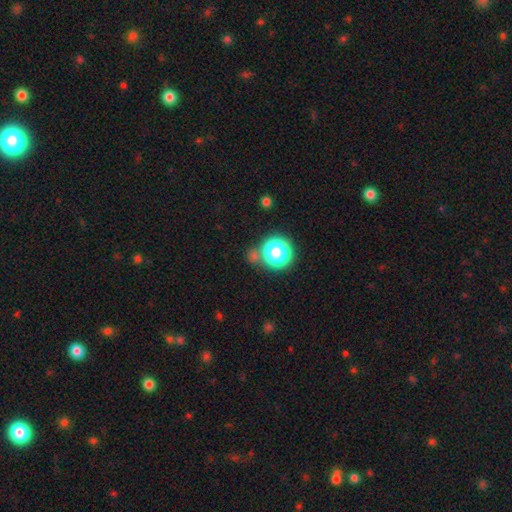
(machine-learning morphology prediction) Smooth or featured? Predicted: smooth (p=0.53). How rounded? Predicted: round (p=0.87). Merging? Predicted: none (p=0.72).